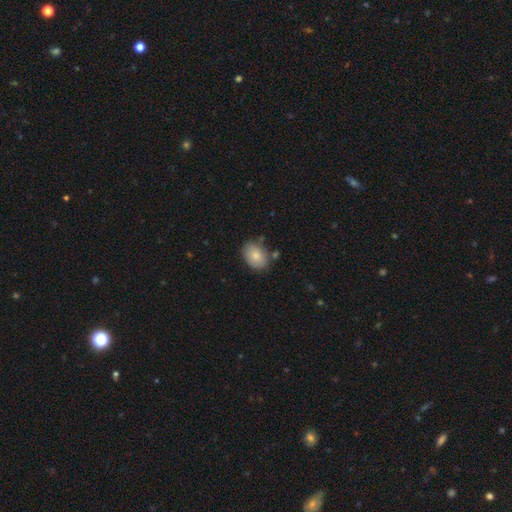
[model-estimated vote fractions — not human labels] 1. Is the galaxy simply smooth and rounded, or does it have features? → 82% smooth, 11% featured or disk, 7% star or artifact.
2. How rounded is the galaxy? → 79% in between, 20% round, 1% cigar-shaped.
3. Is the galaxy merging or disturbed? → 75% none, 17% minor disturbance, 5% merger, 4% major disturbance.